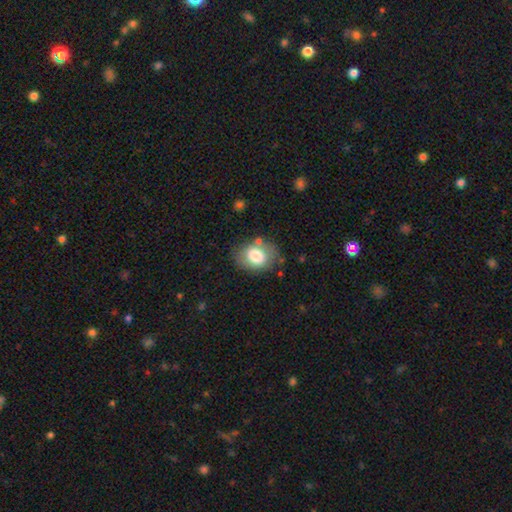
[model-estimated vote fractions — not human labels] Overall: smooth (77%). How rounded: in between (64%; round 35%). Merging: none (71%).